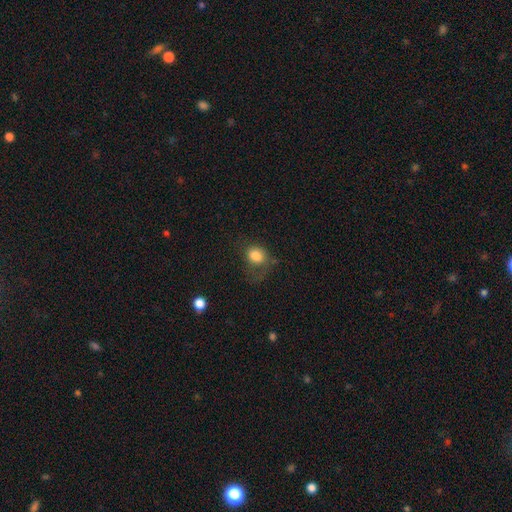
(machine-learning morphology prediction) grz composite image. It shows a smooth galaxy with no disk features (82%) that is round (55%). Merging: none (48%).